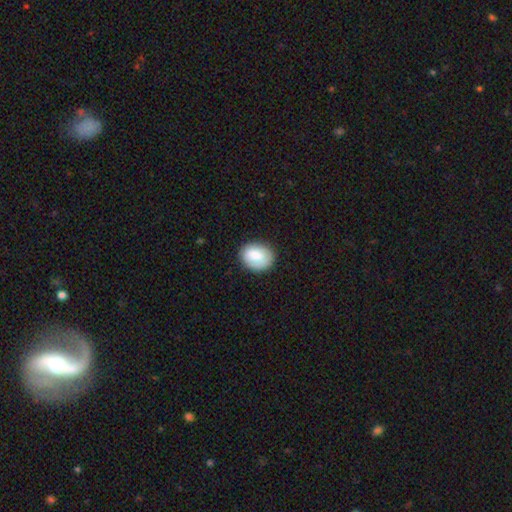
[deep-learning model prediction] smooth_or_featured: smooth (p=0.80) [alt: featured or disk p=0.13]
how_rounded: in between (p=0.54) [alt: round p=0.45]
merging: none (p=0.80) [alt: minor disturbance p=0.15]